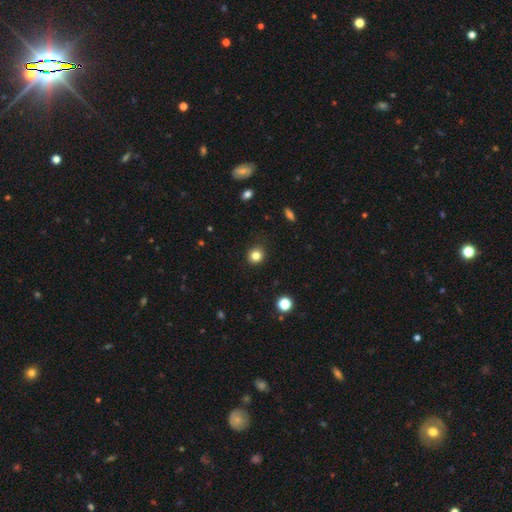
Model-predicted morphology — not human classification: smooth 83%, star or artifact 12%, featured or disk 5%. Down the decision tree: how rounded — round (87%); merging — none (90%).